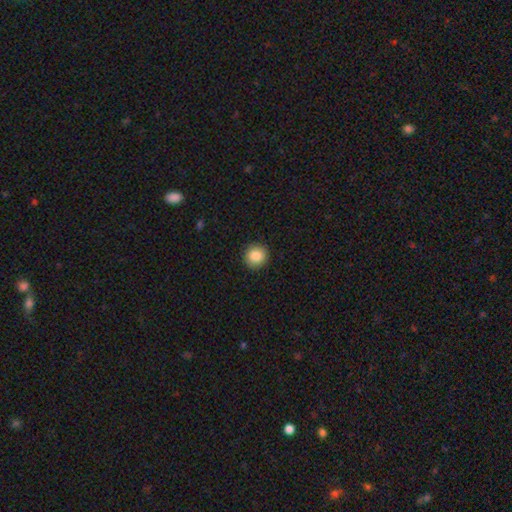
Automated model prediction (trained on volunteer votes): Smooth or featured: smooth — 86% (star or artifact — 9%)
How rounded: round — 92% (in between — 7%)
Merging: none — 91% (minor disturbance — 6%)